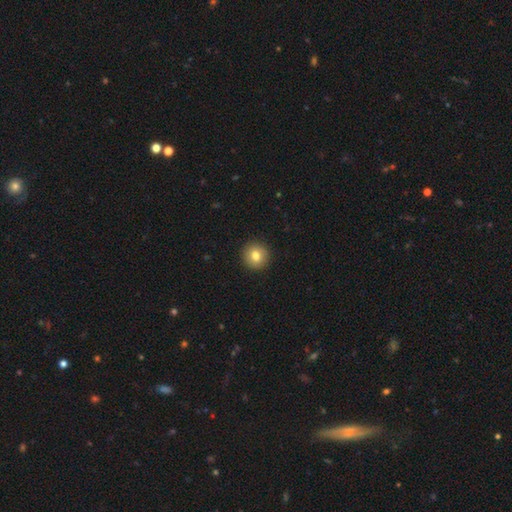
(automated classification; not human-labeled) smooth_or_featured: smooth (p=0.80) [alt: featured or disk p=0.11]
how_rounded: round (p=0.93) [alt: in between p=0.06]
merging: none (p=0.93) [alt: minor disturbance p=0.05]